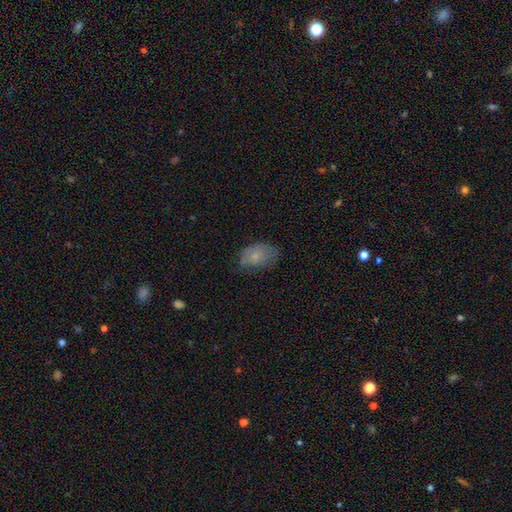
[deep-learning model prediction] smooth-or-featured: smooth: 70% | featured or disk: 22% | star or artifact: 8%
  how-rounded: in between: 86% | round: 13% | cigar-shaped: 1%
  merging: none: 55% | minor disturbance: 32% | major disturbance: 12% | merger: 1%